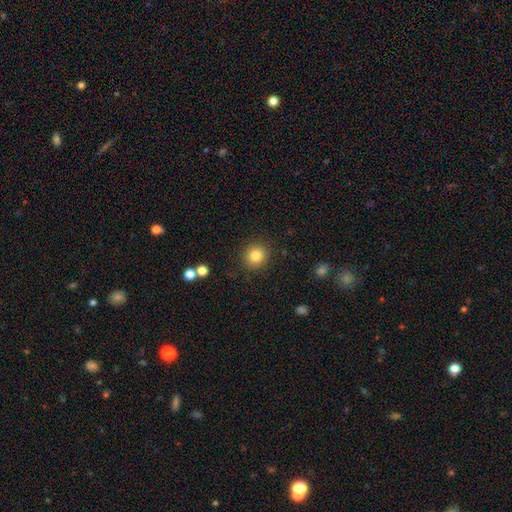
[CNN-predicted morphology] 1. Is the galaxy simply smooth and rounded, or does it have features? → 84% smooth, 10% star or artifact, 6% featured or disk.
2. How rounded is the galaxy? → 89% round, 10% in between, 1% cigar-shaped.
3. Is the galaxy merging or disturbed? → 88% none, 7% minor disturbance, 3% major disturbance, 2% merger.